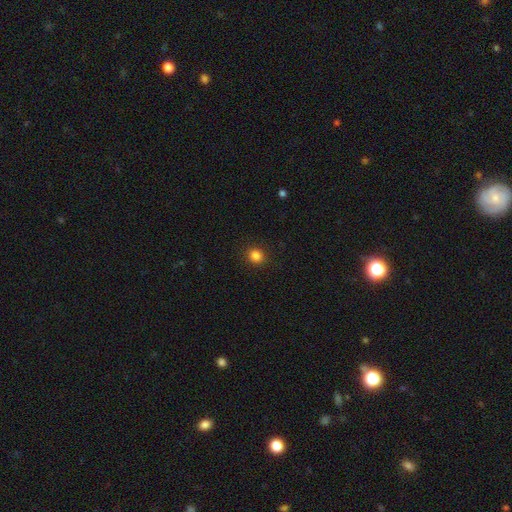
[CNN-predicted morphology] The model was most divided on "how rounded": round: 82%, in between: 17%, cigar-shaped: 1%. More confident: merging — none (92%); smooth or featured — smooth (84%).